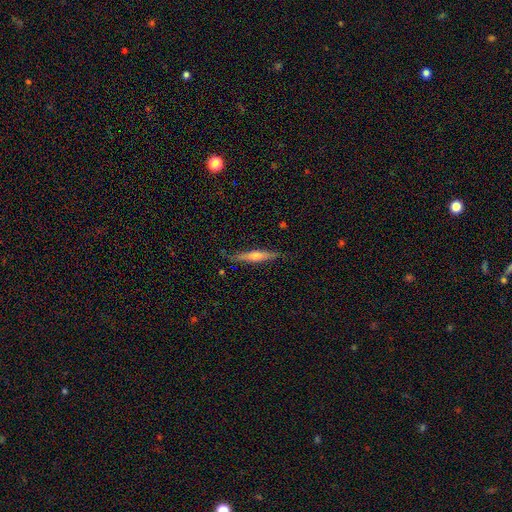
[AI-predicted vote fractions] Q: Smooth or featured?
A: featured or disk (64%); runner-up: smooth (30%)
Q: Edge-on disk?
A: yes (96%); runner-up: no (4%)
Q: Edge-on bulge?
A: rounded (84%); runner-up: none (10%)
Q: Merging?
A: none (86%); runner-up: minor disturbance (11%)